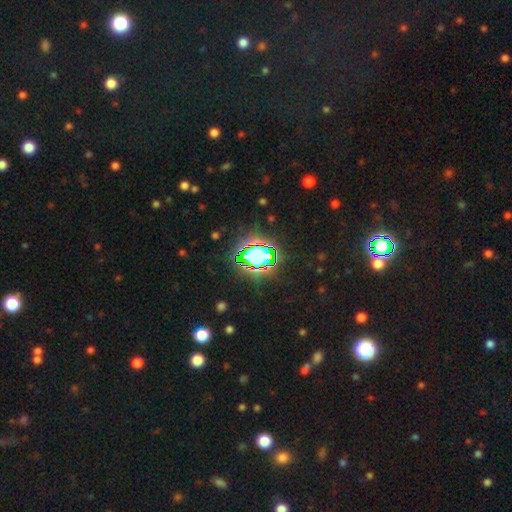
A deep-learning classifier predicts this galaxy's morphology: Smooth or featured: star or artifact — 70% (smooth — 18%)